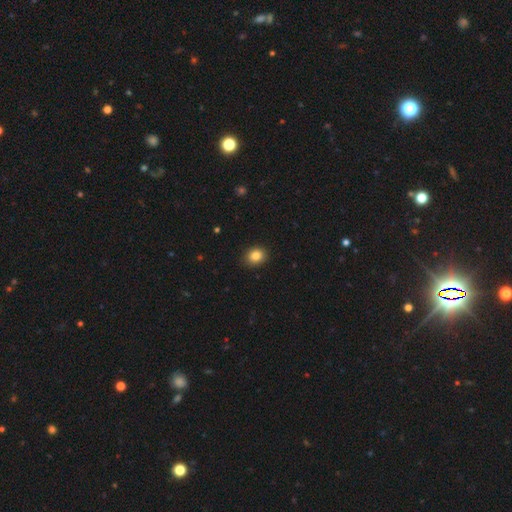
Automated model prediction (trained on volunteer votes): smooth 85%, star or artifact 10%, featured or disk 5%. Down the decision tree: how rounded — round (57%); merging — none (89%).